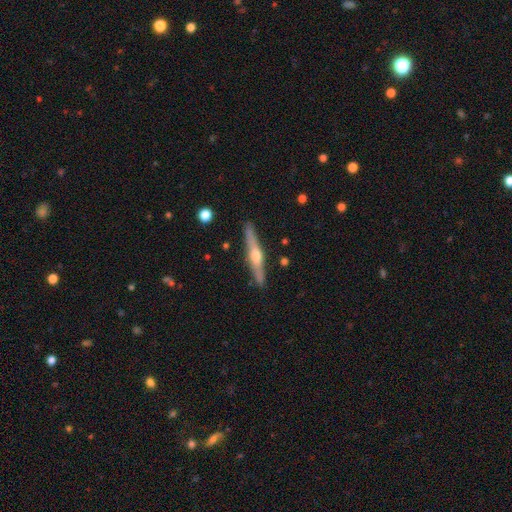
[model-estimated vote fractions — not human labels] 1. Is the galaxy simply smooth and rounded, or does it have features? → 72% featured or disk, 22% smooth, 6% star or artifact.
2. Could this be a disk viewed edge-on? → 97% yes, 3% no.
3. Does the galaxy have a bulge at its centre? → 91% rounded, 5% none, 4% boxy.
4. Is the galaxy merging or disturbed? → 89% none, 8% minor disturbance, 2% major disturbance, 1% merger.